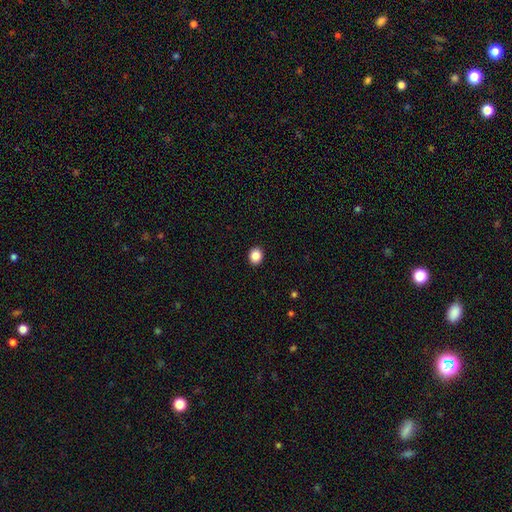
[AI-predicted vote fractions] Smooth or featured: smooth — 87% (star or artifact — 10%)
How rounded: round — 68% (in between — 31%)
Merging: none — 93% (minor disturbance — 5%)